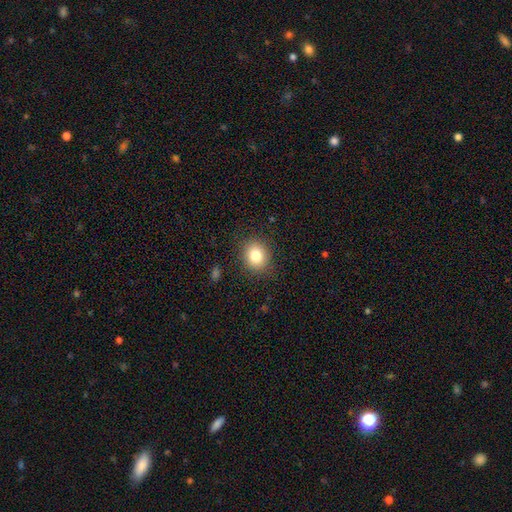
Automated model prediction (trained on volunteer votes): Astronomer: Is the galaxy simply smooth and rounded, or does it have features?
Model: smooth — 82%.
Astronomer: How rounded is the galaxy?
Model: round — 72%.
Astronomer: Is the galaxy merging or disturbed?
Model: none — 87%.